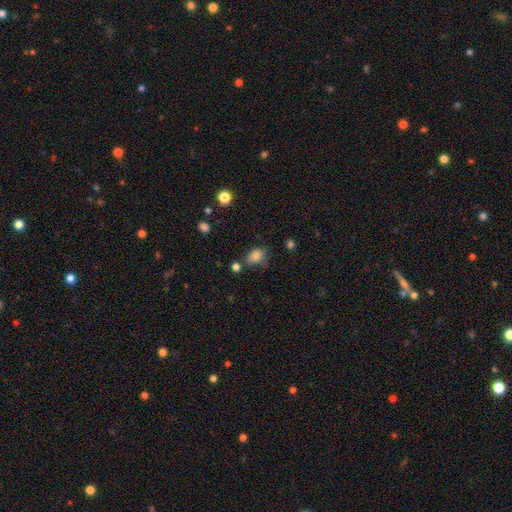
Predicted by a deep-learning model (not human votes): smooth 80%, star or artifact 11%, featured or disk 9%. Down the decision tree: how rounded — in between (70%); merging — none (54%).